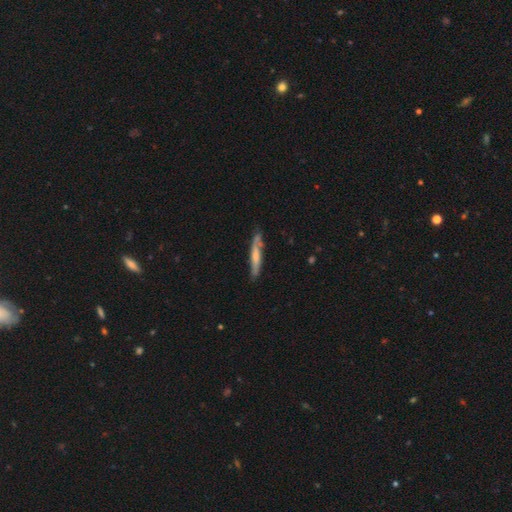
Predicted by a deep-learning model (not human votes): This is possibly a smooth galaxy (48%). Merging: likely none (69%).